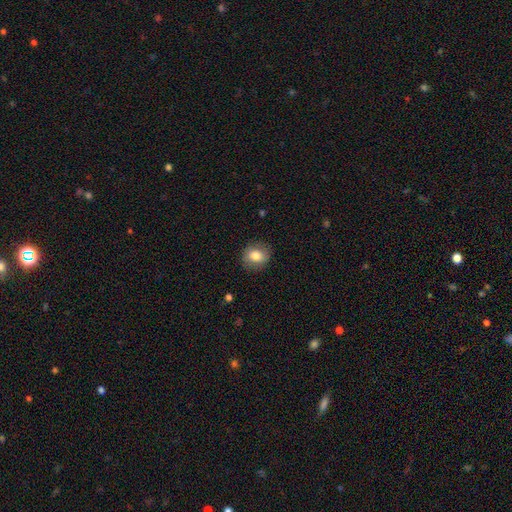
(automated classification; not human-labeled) smooth 79%, featured or disk 13%, star or artifact 8%. Down the decision tree: how rounded — round (69%); merging — none (85%).